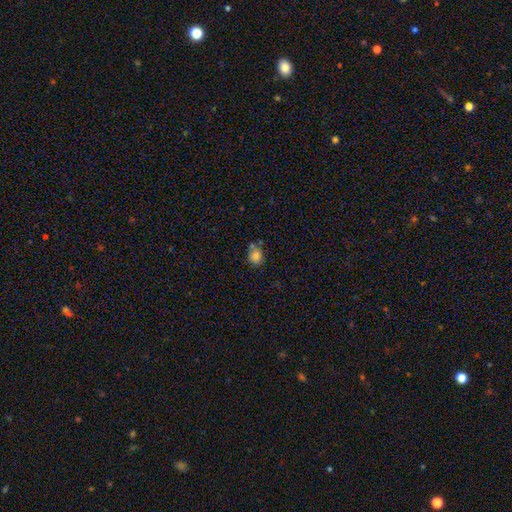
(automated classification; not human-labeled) Smooth or featured: smooth — 81% (star or artifact — 11%)
How rounded: round — 68% (in between — 31%)
Merging: none — 55% (merger — 20%)